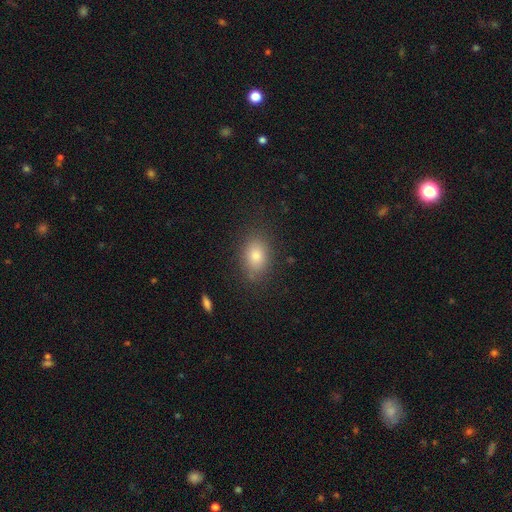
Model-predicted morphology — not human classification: Q: Smooth or featured?
A: smooth (80%); runner-up: star or artifact (10%)
Q: How rounded?
A: in between (78%); runner-up: round (21%)
Q: Merging?
A: none (82%); runner-up: minor disturbance (13%)